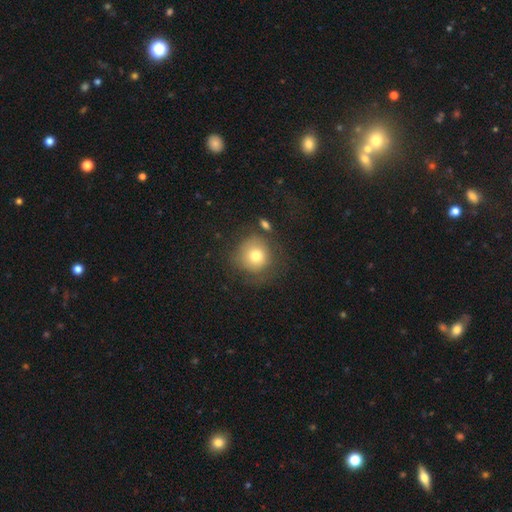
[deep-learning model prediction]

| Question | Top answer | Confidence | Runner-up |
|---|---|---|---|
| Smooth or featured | smooth | 73% | featured or disk (17%) |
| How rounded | round | 91% | in between (8%) |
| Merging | none | 63% | minor disturbance (19%) |